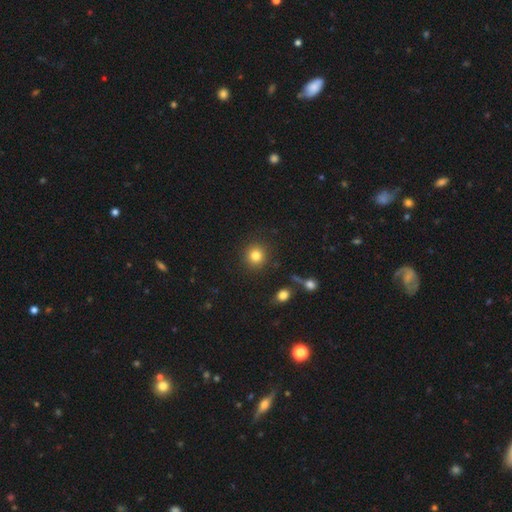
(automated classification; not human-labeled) The model was most divided on "smooth or featured": smooth: 82%, star or artifact: 11%, featured or disk: 7%. More confident: how rounded — round (92%); merging — none (89%).